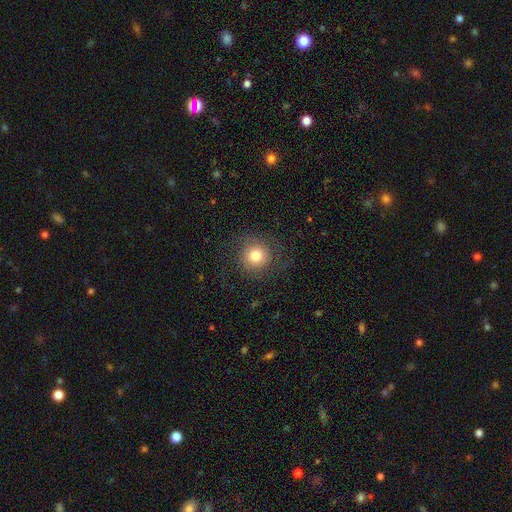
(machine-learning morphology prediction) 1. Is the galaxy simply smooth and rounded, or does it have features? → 70% smooth, 19% featured or disk, 11% star or artifact.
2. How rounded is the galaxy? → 93% round, 6% in between, 1% cigar-shaped.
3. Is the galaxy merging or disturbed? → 76% none, 12% minor disturbance, 10% major disturbance, 1% merger.